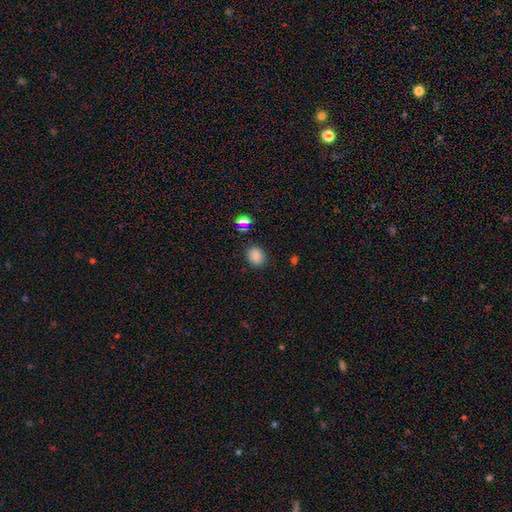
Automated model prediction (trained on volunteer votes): Overall: smooth (83%). How rounded: round (55%; in between 44%). Merging: none (85%).